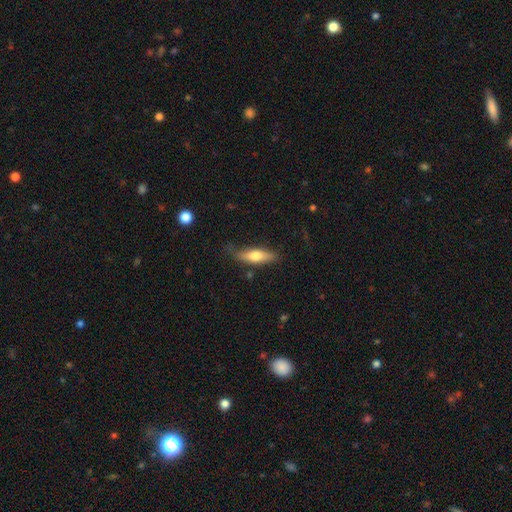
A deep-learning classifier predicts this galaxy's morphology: The model was most divided on "how rounded": cigar-shaped: 59%, in between: 39%, round: 2%. More confident: merging — none (75%); smooth or featured — smooth (62%).